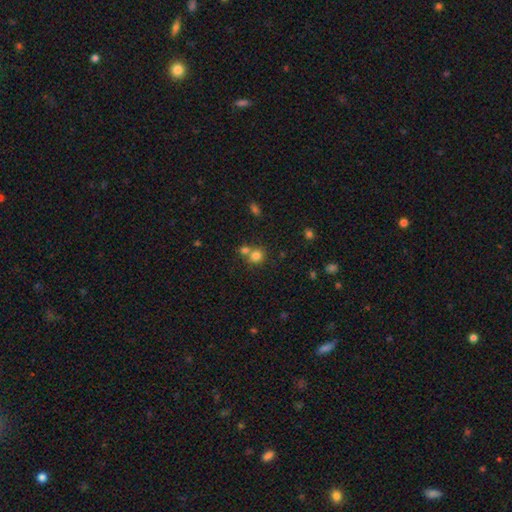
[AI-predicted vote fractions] A smooth galaxy with no disk features (78%) that is round (85%).

Vote fractions:
- Smooth or featured? smooth: 78% / star or artifact: 13% / featured or disk: 8%
- How rounded? round: 85% / in between: 14% / cigar-shaped: 1%
- Merging? none: 50% / merger: 40% / minor disturbance: 7% / major disturbance: 3%